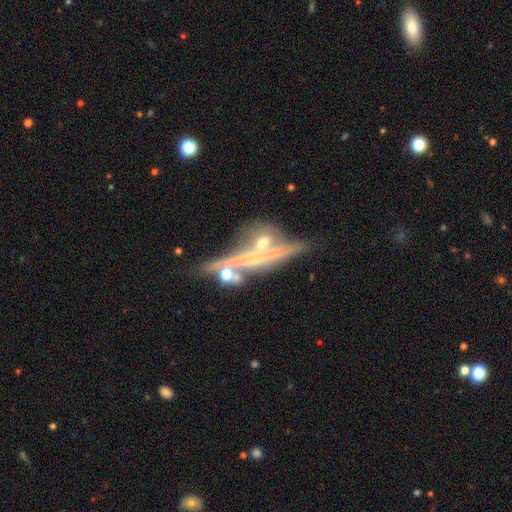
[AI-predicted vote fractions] smooth_or_featured: featured or disk (p=0.65) [alt: smooth p=0.22]
disk_edge_on: yes (p=0.55) [alt: no p=0.45]
merging: merger (p=0.43) [alt: none p=0.31]